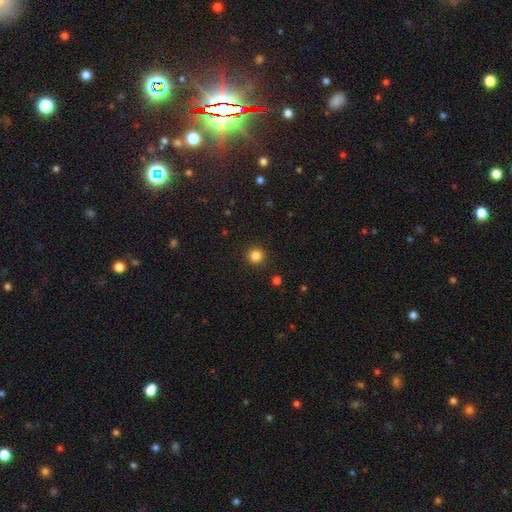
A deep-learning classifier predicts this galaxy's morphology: type=smooth (85%); roundness=round (94%); merging=none (92%).